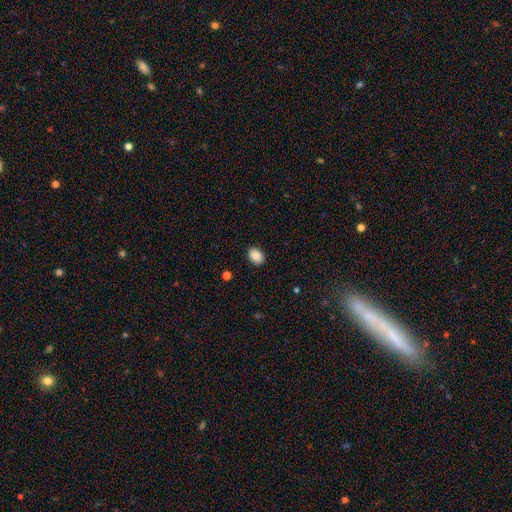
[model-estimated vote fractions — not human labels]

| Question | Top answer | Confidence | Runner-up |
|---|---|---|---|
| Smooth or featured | smooth | 88% | star or artifact (8%) |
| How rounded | in between | 72% | round (27%) |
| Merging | none | 89% | minor disturbance (8%) |